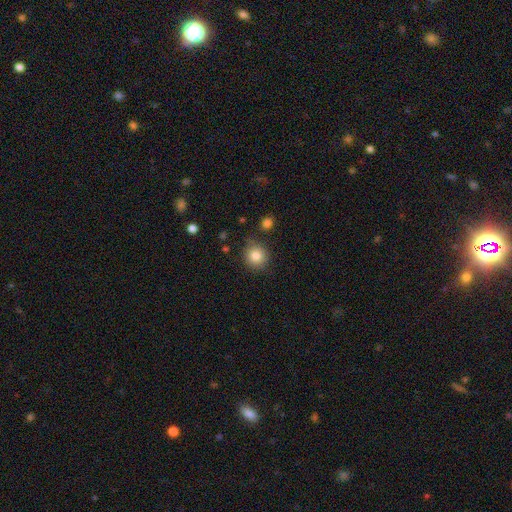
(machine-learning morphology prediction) Smooth or featured: smooth — 84% (star or artifact — 10%)
How rounded: round — 88% (in between — 11%)
Merging: none — 81% (minor disturbance — 12%)